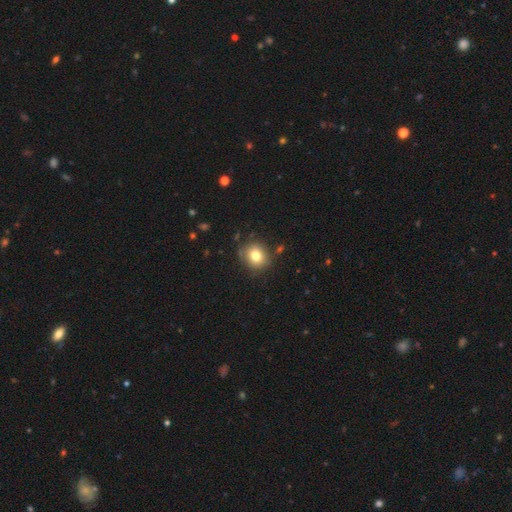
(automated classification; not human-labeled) This is likely a smooth galaxy (78%). How rounded: clearly round (81%). Merging: clearly none (83%).